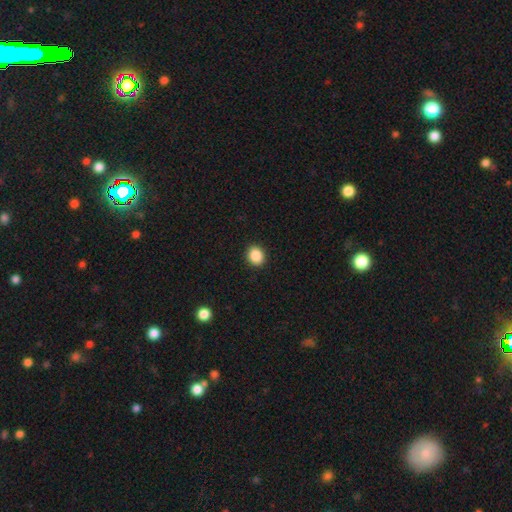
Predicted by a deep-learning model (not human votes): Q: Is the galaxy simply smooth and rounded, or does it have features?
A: smooth — 88%.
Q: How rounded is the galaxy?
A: round — 60%.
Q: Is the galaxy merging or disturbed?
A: none — 91%.